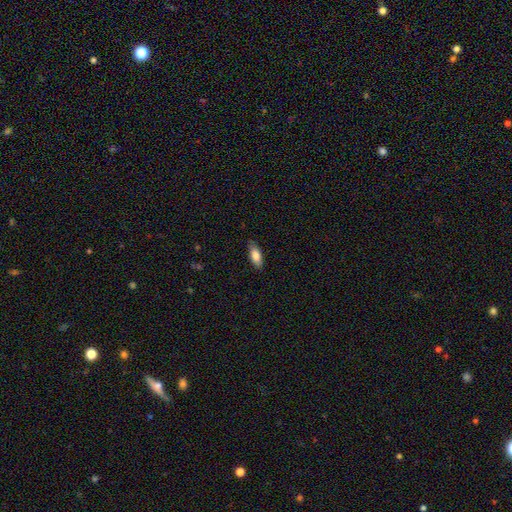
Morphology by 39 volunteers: This appears to be a smooth galaxy with no disk features (90%) that is in between round and cigar-shaped (74%). Merging: none (68%).